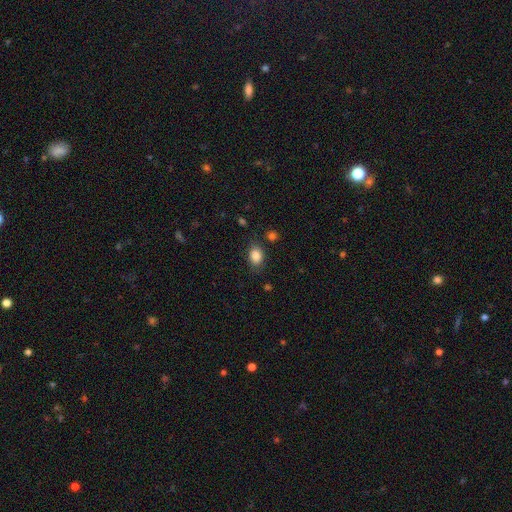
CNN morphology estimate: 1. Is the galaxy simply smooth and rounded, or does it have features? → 85% smooth, 9% star or artifact, 5% featured or disk.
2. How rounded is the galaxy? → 72% in between, 26% round, 1% cigar-shaped.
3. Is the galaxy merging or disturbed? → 79% none, 13% minor disturbance, 4% major disturbance, 3% merger.